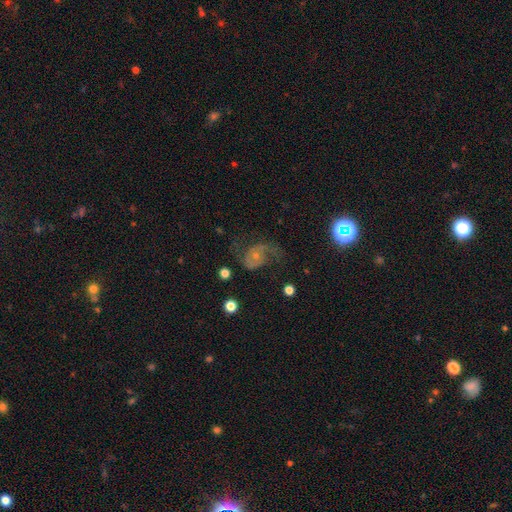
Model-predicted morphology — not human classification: The model was most divided on "spiral winding": medium: 44%, loose: 42%, tight: 14%. More confident: edge-on disk — no (97%); spiral arms — yes (91%); spiral arm count — 2 (79%); smooth or featured — featured or disk (74%); bar — no (72%); bulge size — small (67%); merging — none (54%).